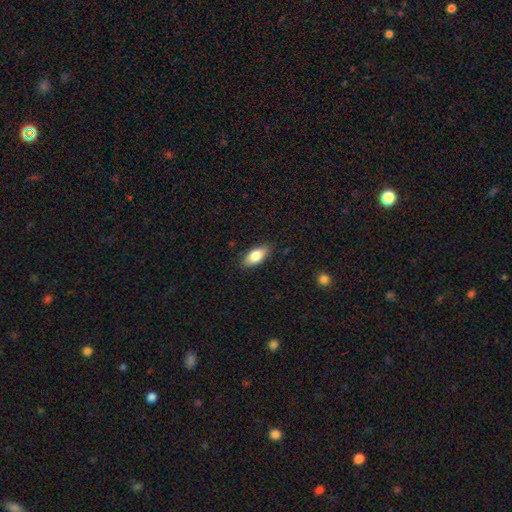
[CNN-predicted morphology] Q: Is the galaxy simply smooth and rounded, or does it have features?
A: smooth — 82%.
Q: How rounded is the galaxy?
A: in between — 87%.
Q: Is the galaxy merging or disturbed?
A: none — 86%.